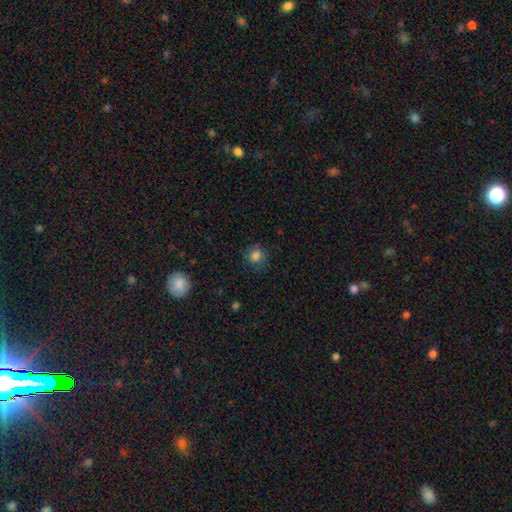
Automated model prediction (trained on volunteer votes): Smooth or featured?
  - smooth: 80% *
  - star or artifact: 12%
  - featured or disk: 7%
How rounded?
  - round: 77% *
  - in between: 22%
  - cigar-shaped: 1%
Merging?
  - none: 80% *
  - minor disturbance: 14%
  - major disturbance: 5%
  - merger: 1%